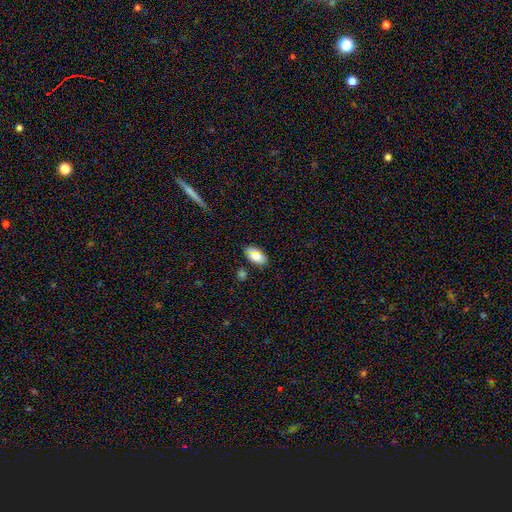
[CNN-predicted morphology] Smooth or featured? smooth (78%)
How rounded? in between (93%)
Merging? none (81%)